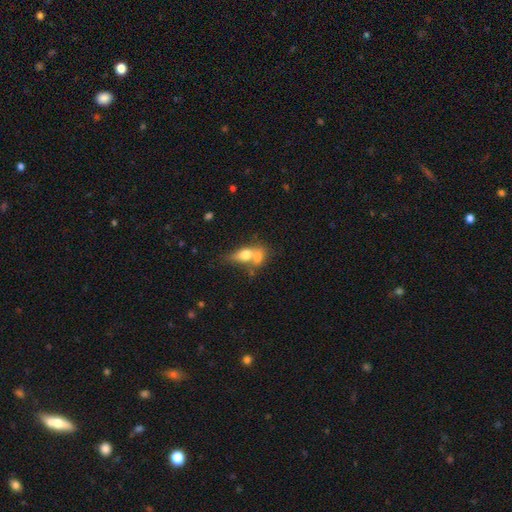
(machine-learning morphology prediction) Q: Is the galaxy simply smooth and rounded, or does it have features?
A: smooth — 56%.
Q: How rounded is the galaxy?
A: in between — 62%.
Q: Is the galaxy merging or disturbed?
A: merger — 61%.